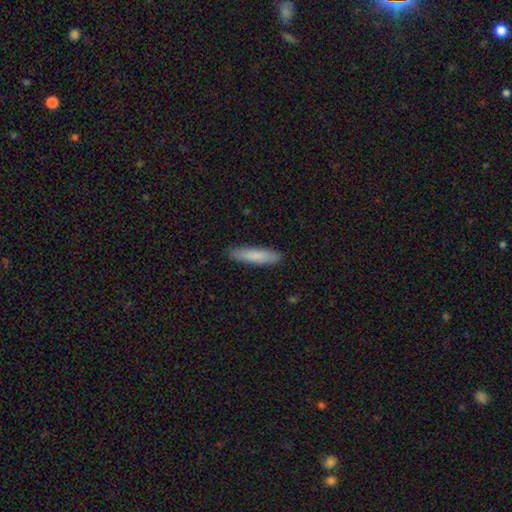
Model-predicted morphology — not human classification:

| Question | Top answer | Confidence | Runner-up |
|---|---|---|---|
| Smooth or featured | smooth | 83% | featured or disk (11%) |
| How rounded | cigar-shaped | 82% | in between (17%) |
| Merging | none | 89% | minor disturbance (8%) |